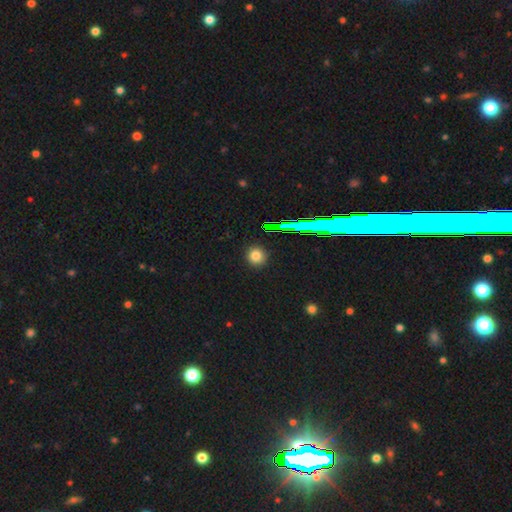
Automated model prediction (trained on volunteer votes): smooth-or-featured: smooth: 77% | star or artifact: 17% | featured or disk: 7%
  how-rounded: round: 91% | in between: 8% | cigar-shaped: 1%
  merging: none: 91% | minor disturbance: 6% | major disturbance: 2% | merger: 1%